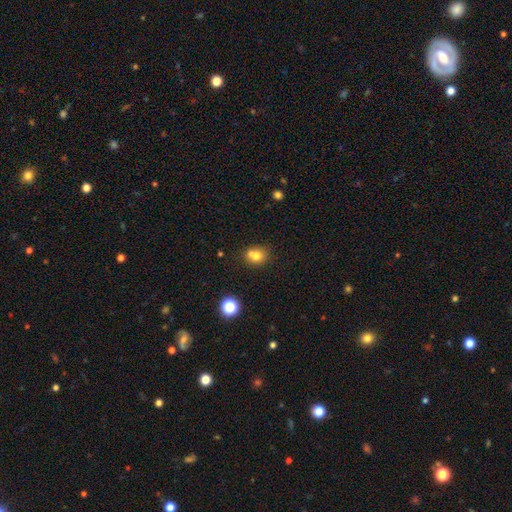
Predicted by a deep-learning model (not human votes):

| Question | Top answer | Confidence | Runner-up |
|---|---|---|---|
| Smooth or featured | smooth | 73% | featured or disk (14%) |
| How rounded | round | 66% | in between (33%) |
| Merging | none | 48% | merger (37%) |